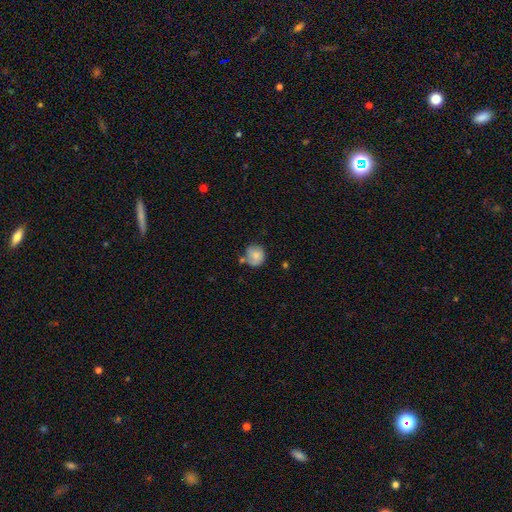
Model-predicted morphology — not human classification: This is likely a smooth galaxy (77%). How rounded: clearly round (82%). Merging: possibly none (57%).